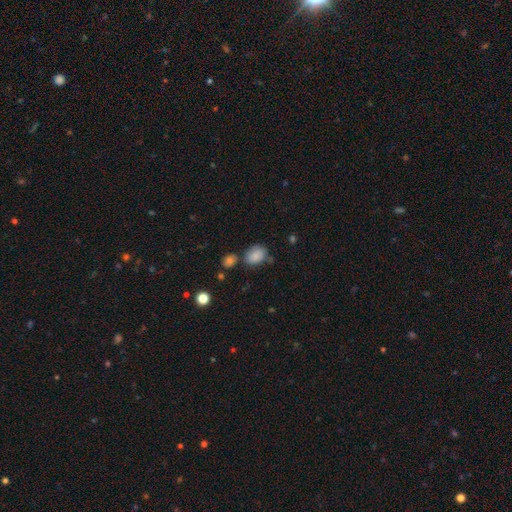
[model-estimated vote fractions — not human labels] Q: Smooth or featured?
A: smooth (84%); runner-up: star or artifact (9%)
Q: How rounded?
A: in between (66%); runner-up: round (33%)
Q: Merging?
A: none (63%); runner-up: minor disturbance (21%)